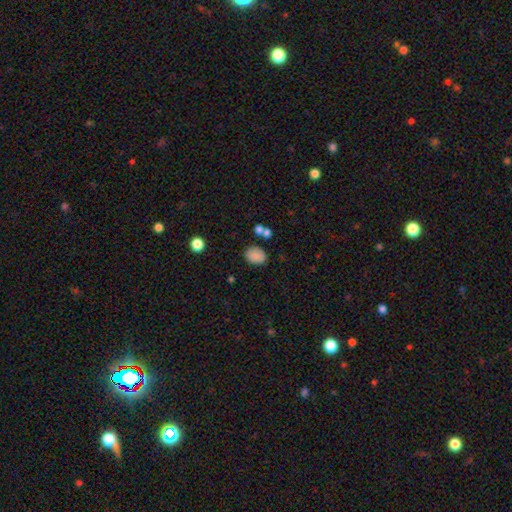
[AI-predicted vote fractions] This appears to be a smooth galaxy with no disk features (85%) that is in between round and cigar-shaped (65%). Merging: none (76%).